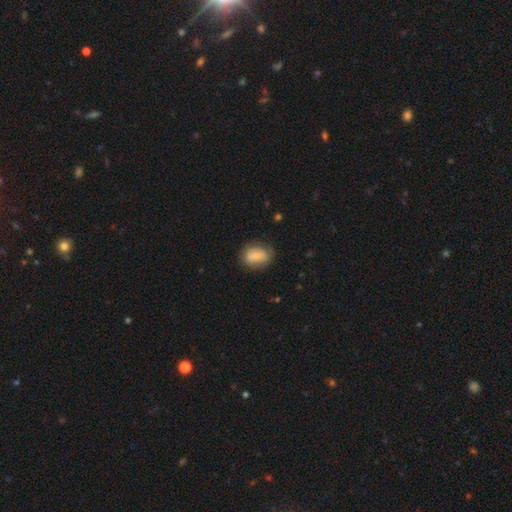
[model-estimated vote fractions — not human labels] Smooth or featured? Predicted: smooth (p=0.71). How rounded? Predicted: in between (p=0.76). Merging? Predicted: none (p=0.69).